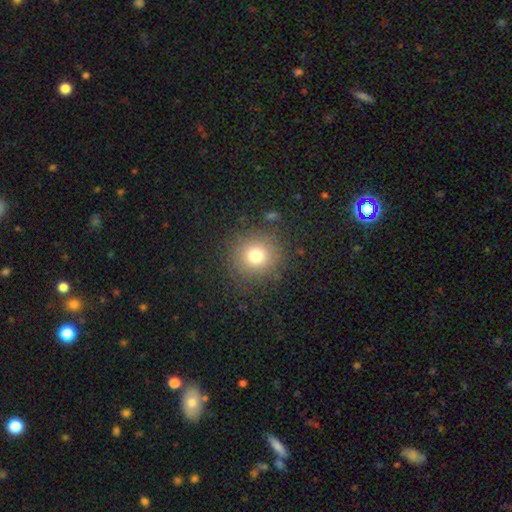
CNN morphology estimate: This appears to be a smooth galaxy with no disk features (75%) that is round (92%). Merging: none (86%).